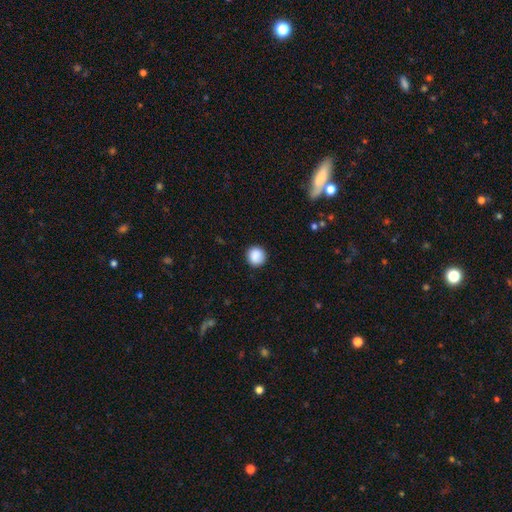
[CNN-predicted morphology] type=smooth (89%); roundness=round (93%); merging=none (90%).